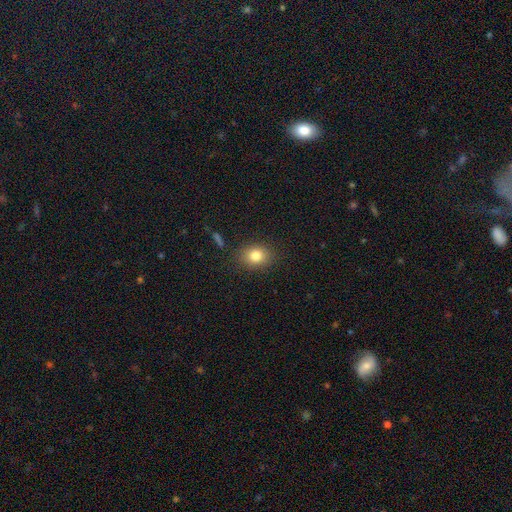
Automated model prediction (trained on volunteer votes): Morphology: type=smooth (81%); roundness=round (49%, tied with in between); merging=none (85%).